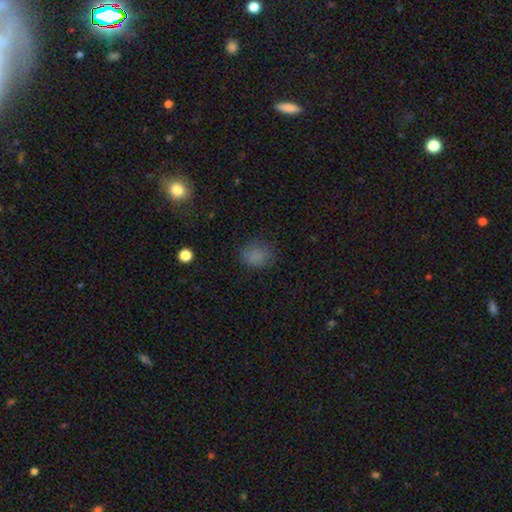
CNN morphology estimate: Smooth or featured: smooth — 80% (star or artifact — 14%)
How rounded: round — 52% (in between — 47%)
Merging: none — 73% (minor disturbance — 19%)